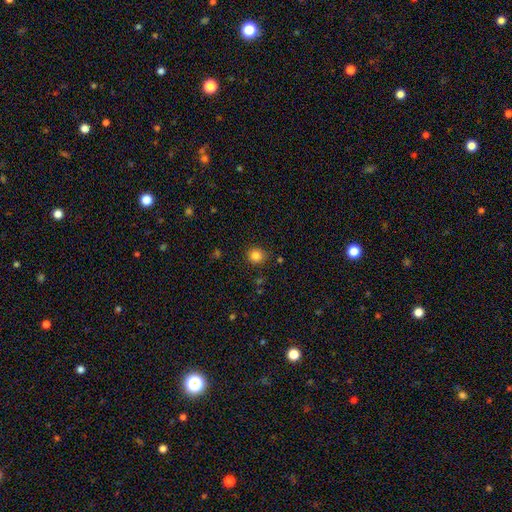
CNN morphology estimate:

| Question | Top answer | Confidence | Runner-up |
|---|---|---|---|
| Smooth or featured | smooth | 83% | star or artifact (12%) |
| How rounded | round | 89% | in between (10%) |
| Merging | none | 88% | minor disturbance (8%) |